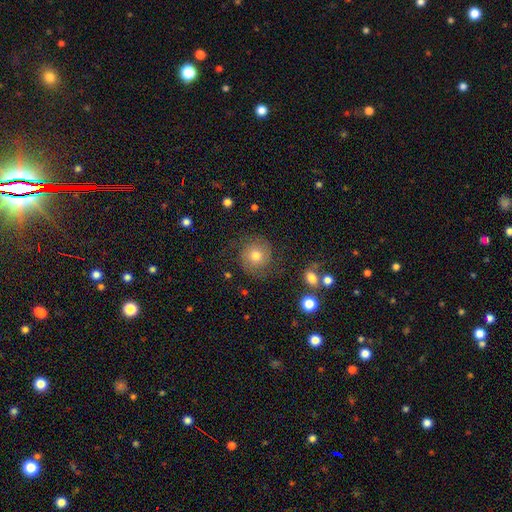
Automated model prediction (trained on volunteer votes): A featured or disk galaxy (48%).

Vote fractions:
- Smooth or featured? featured or disk: 48% / smooth: 40% / star or artifact: 12%
- Merging? none: 73% / minor disturbance: 14% / major disturbance: 10% / merger: 2%